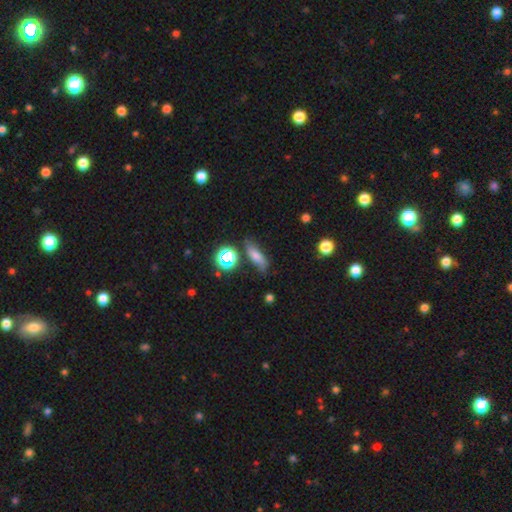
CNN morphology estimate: smooth-or-featured: smooth: 60% | featured or disk: 22% | star or artifact: 18%
  how-rounded: in between: 50% | cigar-shaped: 40% | round: 10%
  merging: none: 68% | minor disturbance: 21% | major disturbance: 6% | merger: 5%